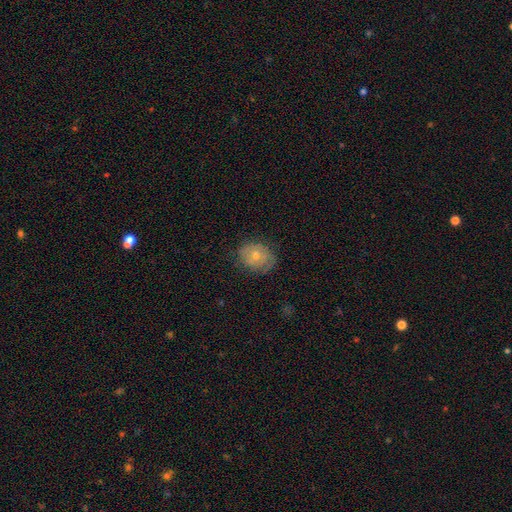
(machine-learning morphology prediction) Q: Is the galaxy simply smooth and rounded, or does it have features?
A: smooth — 54%.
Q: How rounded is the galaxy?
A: round — 61%.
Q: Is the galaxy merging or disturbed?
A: none — 69%.